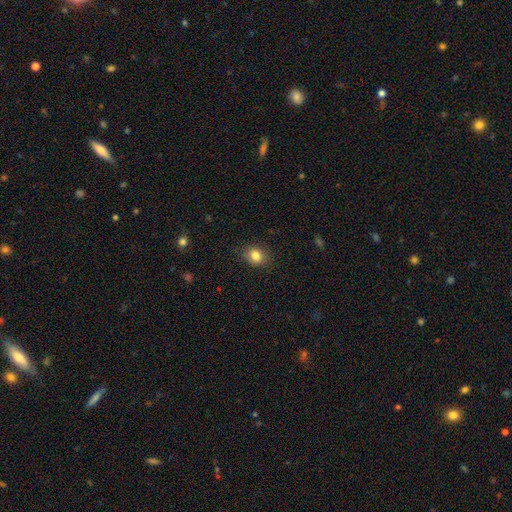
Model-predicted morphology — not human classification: This appears to be a smooth galaxy with no disk features (84%) that is round (52%). Merging: none (86%).